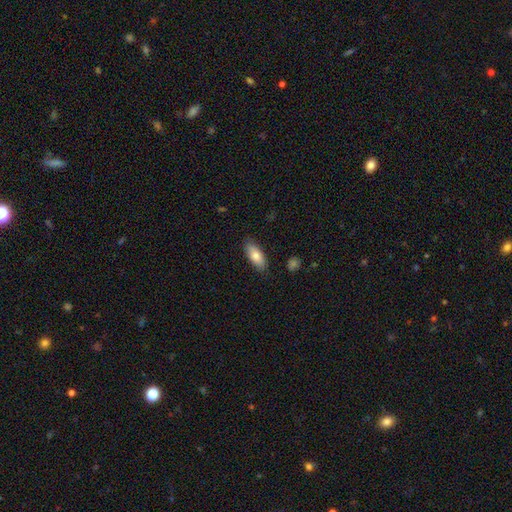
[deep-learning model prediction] A smooth galaxy with no disk features (79%) that is in between round and cigar-shaped (83%).

Vote fractions:
- Smooth or featured? smooth: 79% / featured or disk: 15% / star or artifact: 6%
- How rounded? in between: 83% / cigar-shaped: 15% / round: 2%
- Merging? none: 85% / minor disturbance: 11% / major disturbance: 2% / merger: 1%